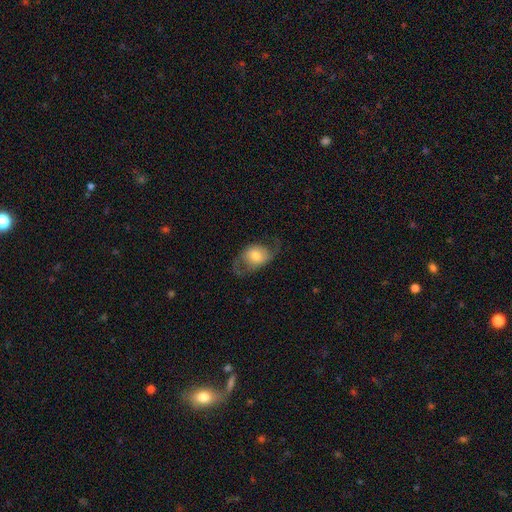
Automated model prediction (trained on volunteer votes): This is possibly a featured or disk galaxy (53%). It is clearly not viewed edge-on (94%). Bar: likely no (66%). Spiral arm pattern: likely yes (75%). Central bulge: possibly moderate (56%). Merging: possibly none (56%).